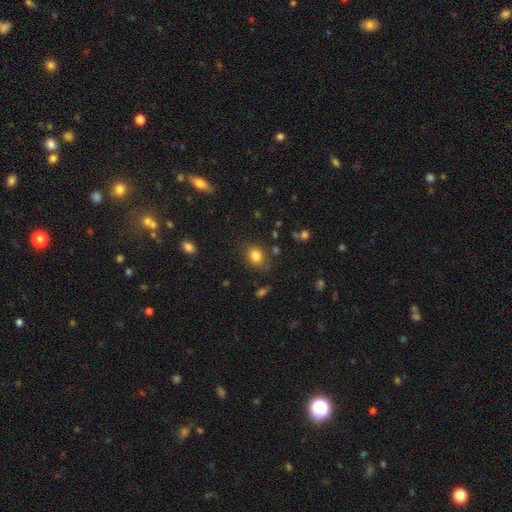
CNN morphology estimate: Q: Smooth or featured?
A: smooth (82%); runner-up: star or artifact (11%)
Q: How rounded?
A: round (55%); runner-up: in between (44%)
Q: Merging?
A: none (79%); runner-up: minor disturbance (14%)